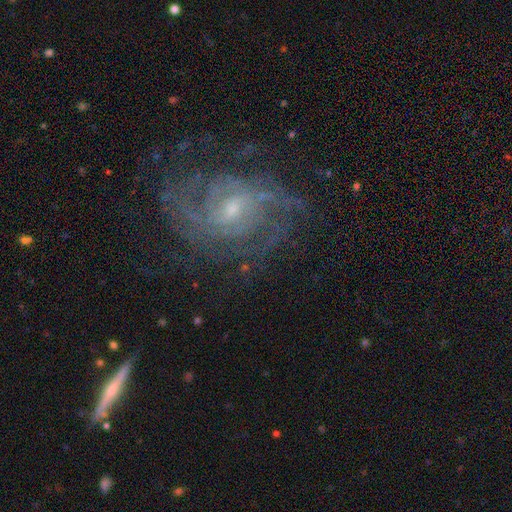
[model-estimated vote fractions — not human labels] smooth_or_featured: featured or disk (p=0.83) [alt: star or artifact p=0.10]
disk_edge_on: no (p=0.96) [alt: yes p=0.04]
bar: weak (p=0.48) [alt: no p=0.40]
has_spiral_arms: yes (p=0.95) [alt: no p=0.05]
spiral_winding: tight (p=0.47) [alt: medium p=0.40]
spiral_arm_count: can't tell (p=0.34) [alt: 2 p=0.24]
bulge_size: small (p=0.60) [alt: moderate p=0.33]
merging: none (p=0.72) [alt: minor disturbance p=0.16]